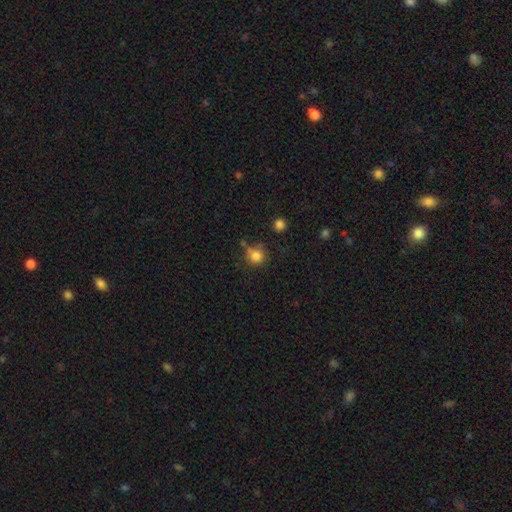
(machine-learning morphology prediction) This appears to be a smooth galaxy with no disk features (81%) that is round (88%). Merging: none (64%).